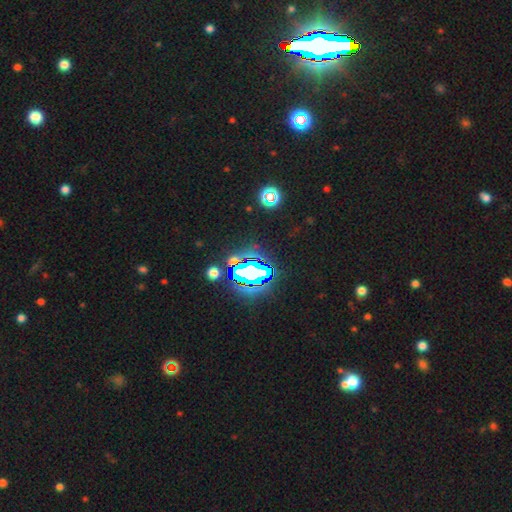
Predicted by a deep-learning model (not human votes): This is clearly a star or artifact rather than a galaxy (85%).